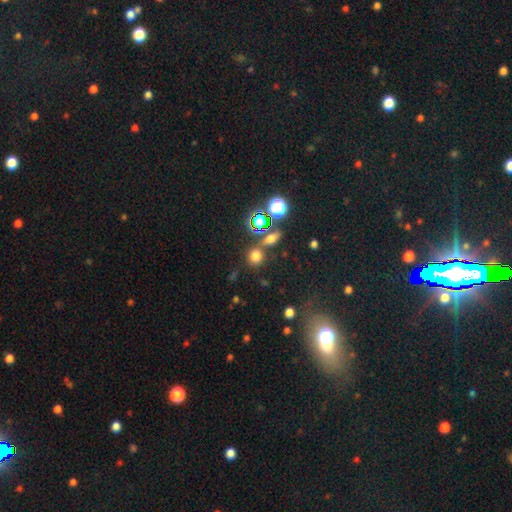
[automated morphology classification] smooth 68%, star or artifact 24%, featured or disk 8%. Down the decision tree: how rounded — round (82%); merging — none (72%).